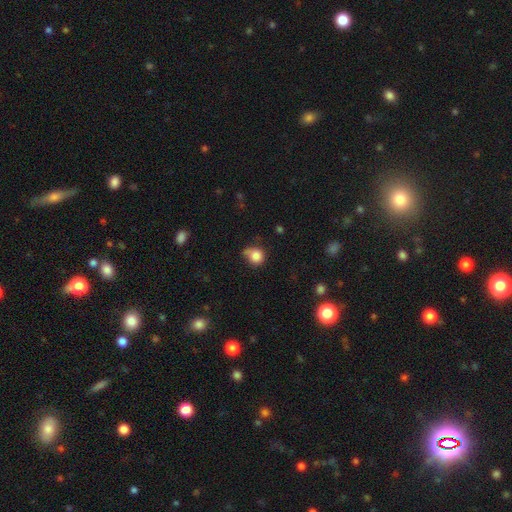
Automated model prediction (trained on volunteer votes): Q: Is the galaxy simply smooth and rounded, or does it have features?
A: smooth — 83%.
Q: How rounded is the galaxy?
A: round — 80%.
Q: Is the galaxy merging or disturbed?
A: none — 49%.